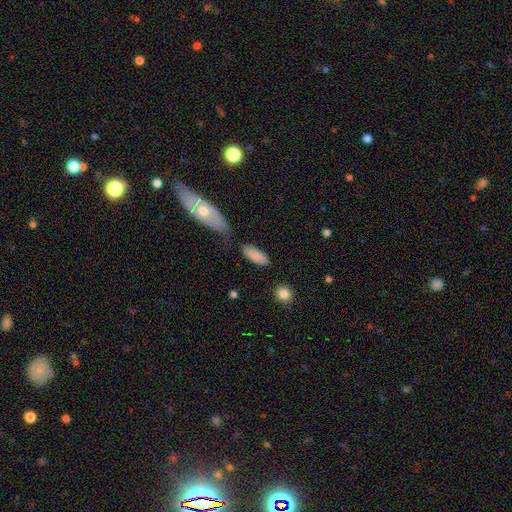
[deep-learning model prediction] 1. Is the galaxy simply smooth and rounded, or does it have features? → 84% smooth, 9% featured or disk, 7% star or artifact.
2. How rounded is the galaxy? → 82% in between, 15% cigar-shaped, 2% round.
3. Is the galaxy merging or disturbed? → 66% none, 18% minor disturbance, 10% merger, 6% major disturbance.